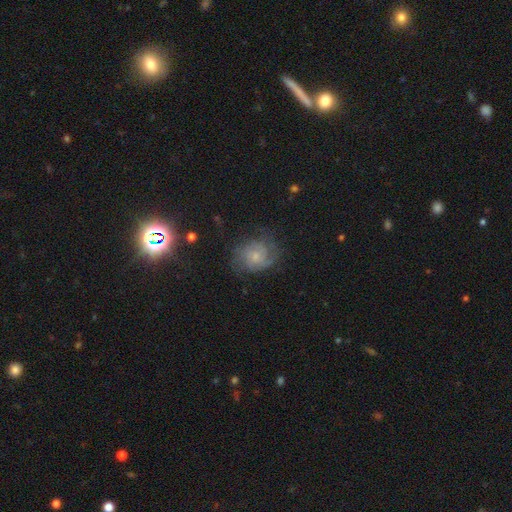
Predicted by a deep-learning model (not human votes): Smooth or featured?
  - featured or disk: 65% *
  - smooth: 24%
  - star or artifact: 12%
Edge-on disk?
  - no: 97% *
  - yes: 3%
Bar?
  - no: 75% *
  - weak: 22%
  - strong: 3%
Spiral arms?
  - yes: 90% *
  - no: 10%
Spiral winding?
  - tight: 51% *
  - medium: 36%
  - loose: 13%
Spiral arm count?
  - can't tell: 38% *
  - 2: 27%
  - 3: 18%
  - 4: 7%
  - 1: 6%
  - more than 4: 5%
Bulge size?
  - small: 61% *
  - moderate: 28%
  - none: 7%
  - large: 2%
  - dominant: 1%
Merging?
  - none: 67% *
  - minor disturbance: 20%
  - major disturbance: 12%
  - merger: 1%